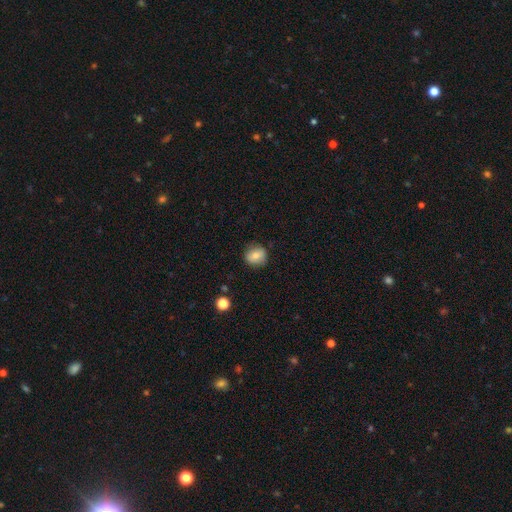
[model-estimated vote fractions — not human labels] smooth_or_featured: smooth (p=0.76) [alt: featured or disk p=0.14]
how_rounded: round (p=0.83) [alt: in between p=0.16]
merging: none (p=0.84) [alt: minor disturbance p=0.12]